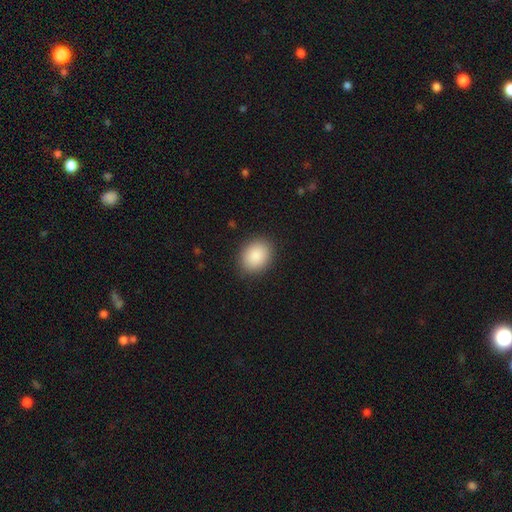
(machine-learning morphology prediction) Smooth or featured: smooth — 89% (star or artifact — 7%)
How rounded: in between — 53% (round — 46%)
Merging: none — 88% (minor disturbance — 8%)